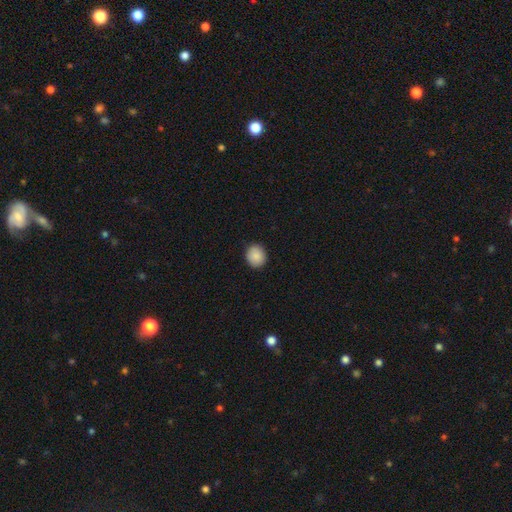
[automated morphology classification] This is clearly a smooth galaxy (88%). How rounded: likely round (77%). Merging: clearly none (90%).